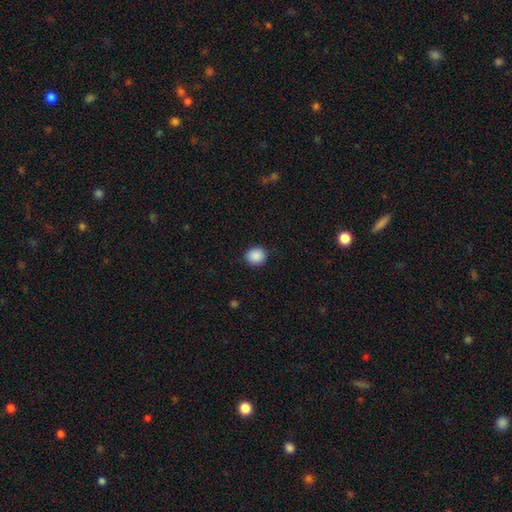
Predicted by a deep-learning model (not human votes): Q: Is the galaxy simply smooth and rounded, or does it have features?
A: smooth — 89%.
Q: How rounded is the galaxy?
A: round — 80%.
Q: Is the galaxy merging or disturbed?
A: none — 89%.